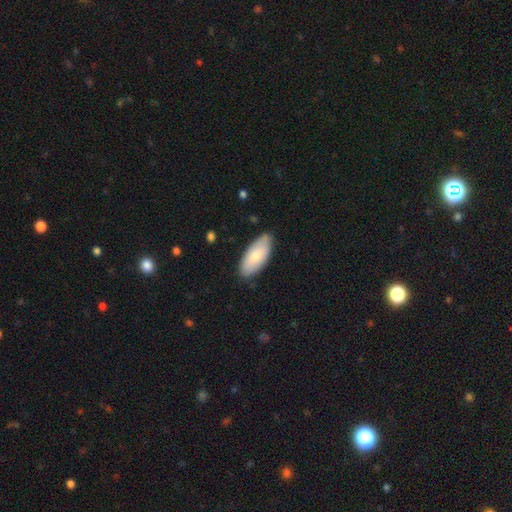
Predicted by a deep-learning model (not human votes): smooth-or-featured: smooth: 75% | featured or disk: 20% | star or artifact: 5%
  how-rounded: in between: 88% | cigar-shaped: 10% | round: 2%
  merging: none: 81% | minor disturbance: 15% | major disturbance: 2% | merger: 1%